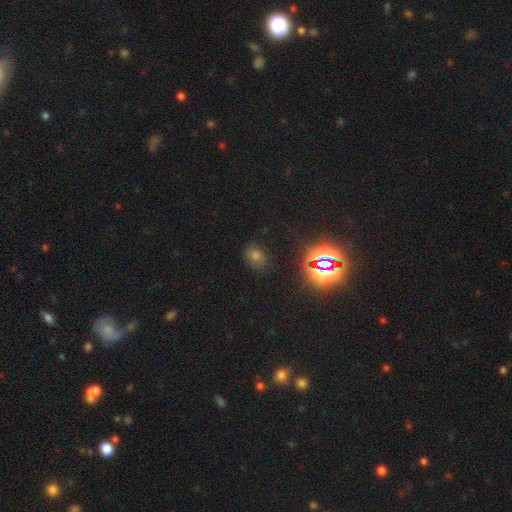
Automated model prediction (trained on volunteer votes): Smooth or featured?
  - smooth: 52% *
  - star or artifact: 38%
  - featured or disk: 9%
How rounded?
  - in between: 51% *
  - round: 47%
  - cigar-shaped: 1%
Merging?
  - none: 82% *
  - minor disturbance: 12%
  - major disturbance: 4%
  - merger: 2%